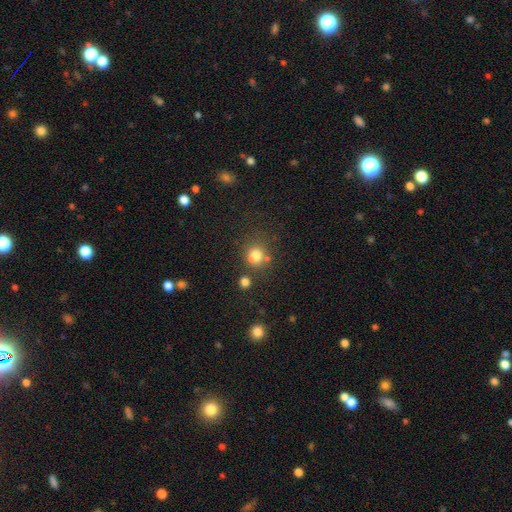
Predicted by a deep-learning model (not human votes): This appears to be a smooth galaxy with no disk features (78%) that is round (82%). Merging: none (64%).